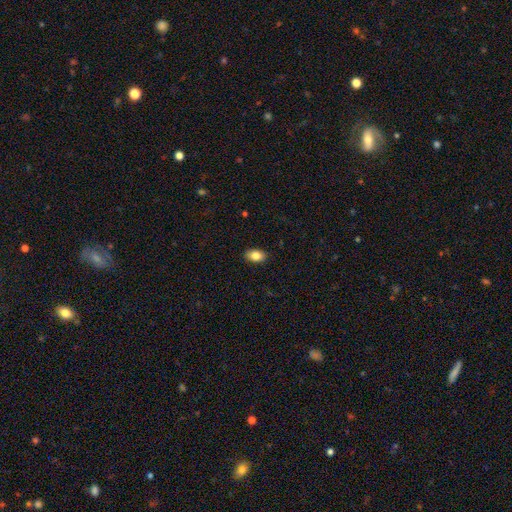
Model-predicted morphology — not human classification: Smooth or featured?
  - smooth: 84% *
  - star or artifact: 8%
  - featured or disk: 8%
How rounded?
  - in between: 88% *
  - round: 10%
  - cigar-shaped: 2%
Merging?
  - none: 88% *
  - minor disturbance: 9%
  - major disturbance: 2%
  - merger: 1%